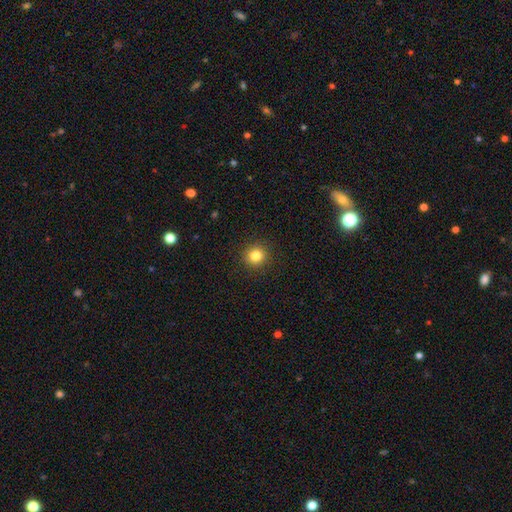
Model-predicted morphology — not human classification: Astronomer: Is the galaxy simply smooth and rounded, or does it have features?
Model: smooth — 83%.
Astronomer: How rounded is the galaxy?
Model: round — 93%.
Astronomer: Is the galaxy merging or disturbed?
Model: none — 92%.